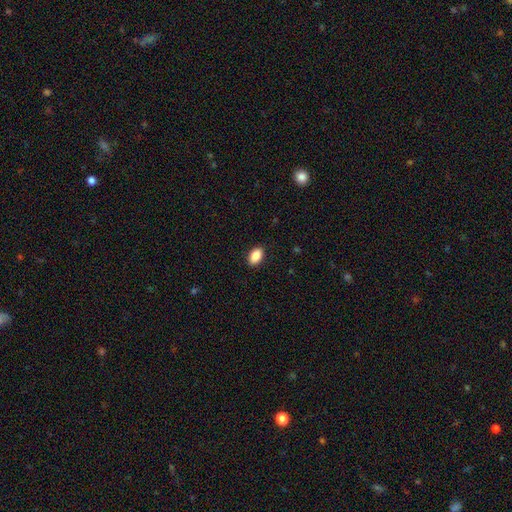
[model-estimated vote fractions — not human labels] A smooth galaxy with no disk features (88%) that is in between round and cigar-shaped (91%). Merging: none (89%).